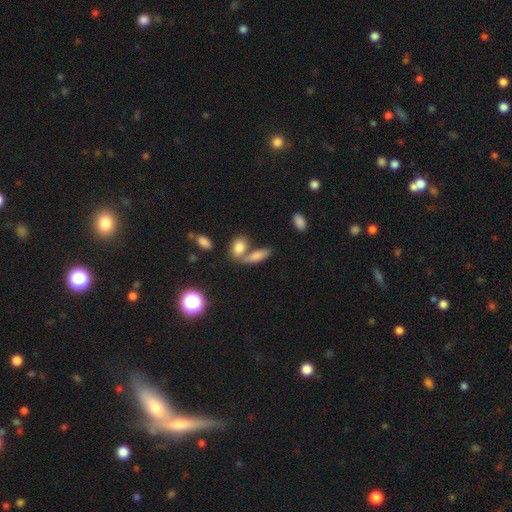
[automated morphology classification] Q: Smooth or featured?
A: smooth (70%); runner-up: featured or disk (16%)
Q: How rounded?
A: in between (68%); runner-up: cigar-shaped (22%)
Q: Merging?
A: none (43%); runner-up: merger (42%)